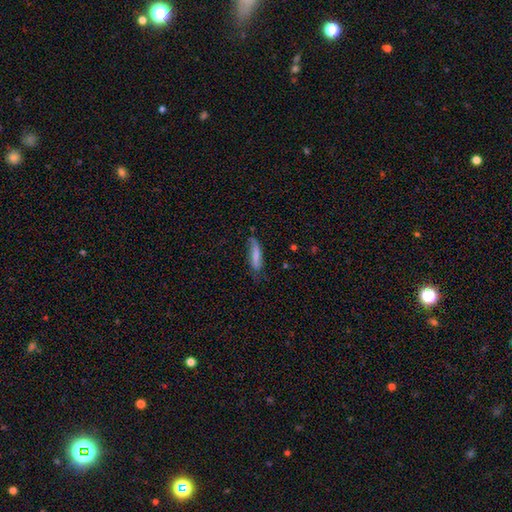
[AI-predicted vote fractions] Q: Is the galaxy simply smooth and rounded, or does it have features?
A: smooth — 70%.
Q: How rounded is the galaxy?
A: cigar-shaped — 67%.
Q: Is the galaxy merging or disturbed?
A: none — 54%.